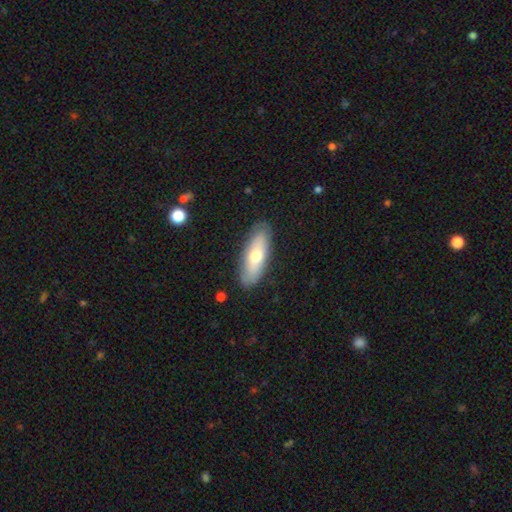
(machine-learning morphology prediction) A smooth galaxy with no disk features (63%) that is in between round and cigar-shaped (66%).

Vote fractions:
- Smooth or featured? smooth: 63% / featured or disk: 31% / star or artifact: 5%
- How rounded? in between: 66% / cigar-shaped: 32% / round: 2%
- Merging? none: 85% / minor disturbance: 11% / major disturbance: 2% / merger: 1%